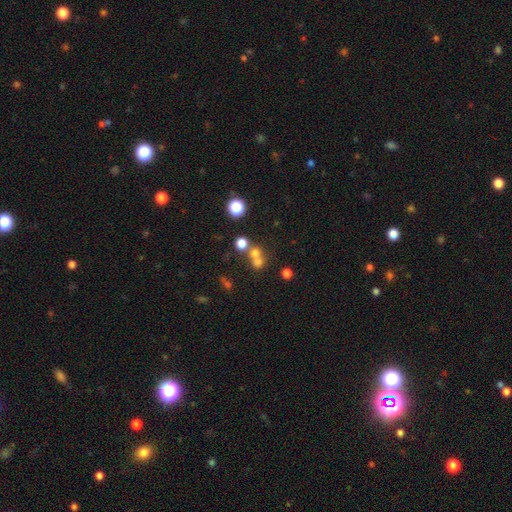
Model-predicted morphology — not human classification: A smooth galaxy with no disk features (65%) that is round (82%).

Vote fractions:
- Smooth or featured? smooth: 65% / star or artifact: 20% / featured or disk: 15%
- How rounded? round: 82% / in between: 17% / cigar-shaped: 1%
- Merging? merger: 50% / none: 39% / minor disturbance: 6% / major disturbance: 4%